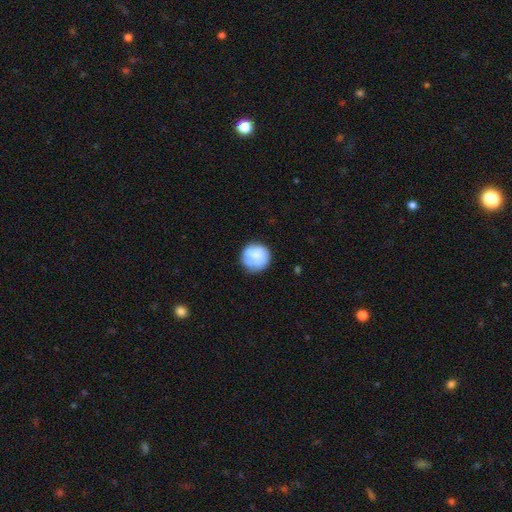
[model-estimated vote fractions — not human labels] A smooth galaxy with no disk features (63%) that is round (90%). Merging: none (67%).